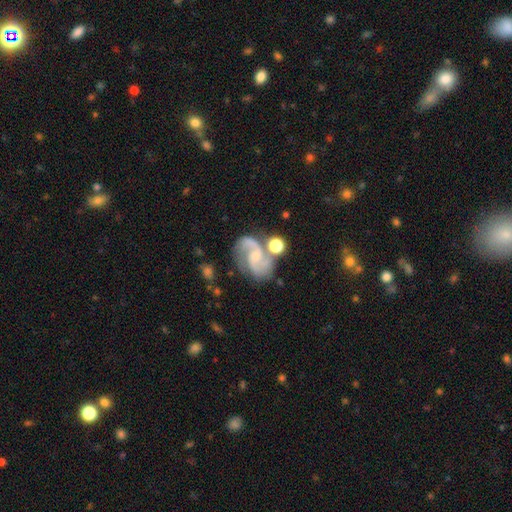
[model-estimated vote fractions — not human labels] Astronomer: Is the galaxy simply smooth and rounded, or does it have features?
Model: featured or disk — 87%.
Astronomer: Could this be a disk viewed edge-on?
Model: no — 98%.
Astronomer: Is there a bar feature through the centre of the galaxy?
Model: no — 48% (runner-up: weak, 42%).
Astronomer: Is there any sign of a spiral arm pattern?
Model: yes — 97%.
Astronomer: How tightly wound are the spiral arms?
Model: medium — 54% (runner-up: loose, 31%).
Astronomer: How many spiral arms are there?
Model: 2 — 91%.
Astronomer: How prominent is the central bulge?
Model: small — 60%.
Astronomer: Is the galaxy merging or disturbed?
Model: none — 60%.